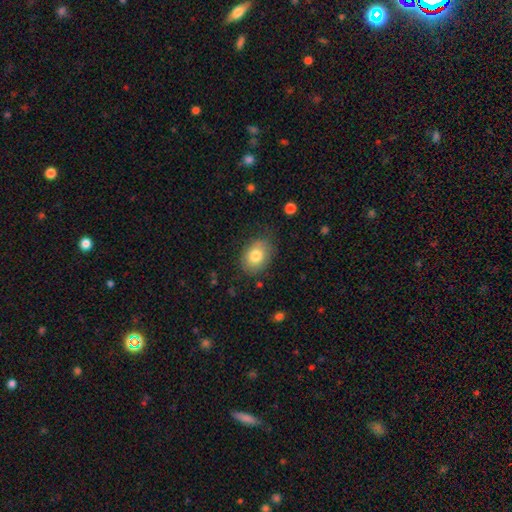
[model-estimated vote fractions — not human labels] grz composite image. It shows a smooth galaxy with no disk features (80%) that is in between round and cigar-shaped (72%). Merging: none (78%).